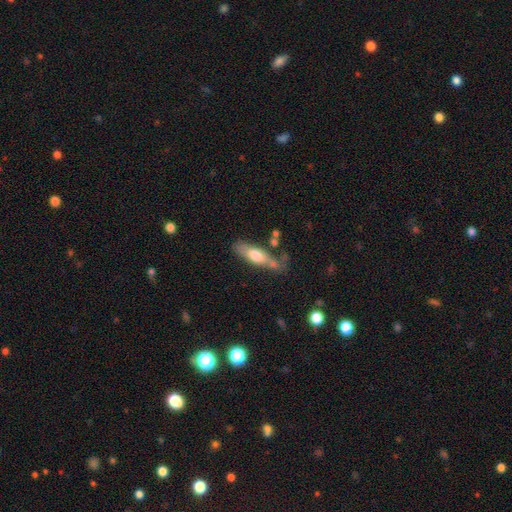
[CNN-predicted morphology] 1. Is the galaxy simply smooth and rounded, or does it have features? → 64% smooth, 30% featured or disk, 6% star or artifact.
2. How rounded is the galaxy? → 55% in between, 43% cigar-shaped, 2% round.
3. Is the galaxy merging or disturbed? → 52% none, 25% minor disturbance, 12% merger, 10% major disturbance.